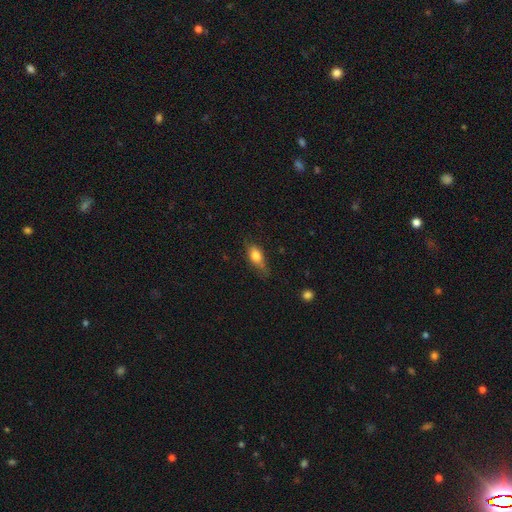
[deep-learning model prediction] Overall: smooth (76%). How rounded: in between (80%). Merging: none (55%; minor disturbance 32%).